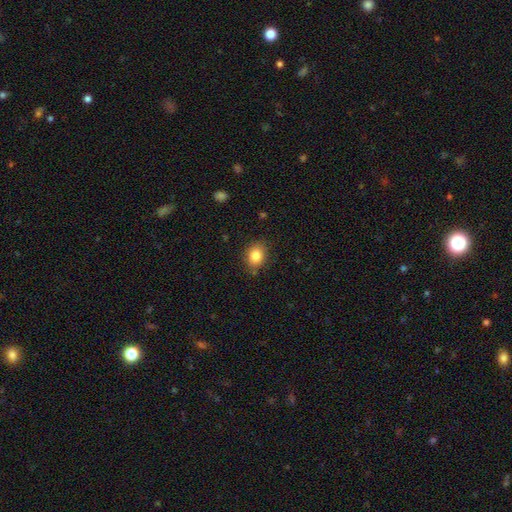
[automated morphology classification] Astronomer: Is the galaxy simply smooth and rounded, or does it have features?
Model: smooth — 84%.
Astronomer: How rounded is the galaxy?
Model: in between — 52% (runner-up: round, 47%).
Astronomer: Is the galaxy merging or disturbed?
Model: none — 80%.